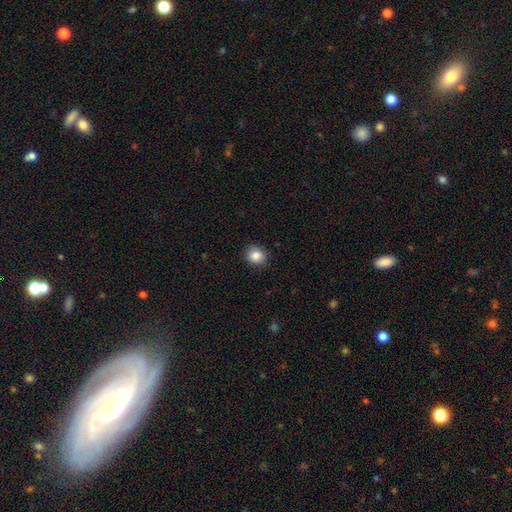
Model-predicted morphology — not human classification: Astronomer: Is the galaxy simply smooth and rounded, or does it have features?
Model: smooth — 86%.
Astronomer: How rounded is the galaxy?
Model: round — 74%.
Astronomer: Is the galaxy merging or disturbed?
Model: none — 87%.